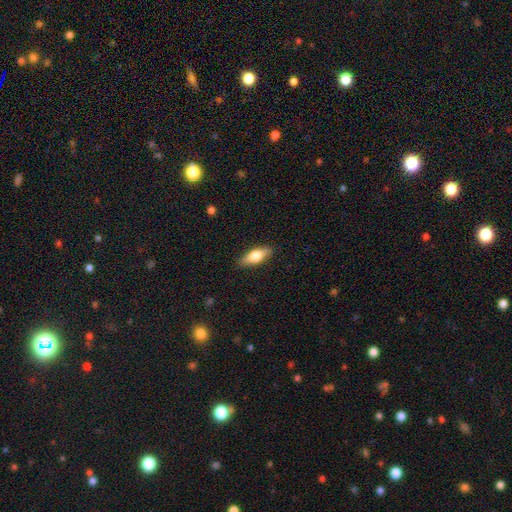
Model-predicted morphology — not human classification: Overall: smooth (66%; featured or disk 28%). How rounded: in between (68%; cigar-shaped 29%). Merging: none (87%).